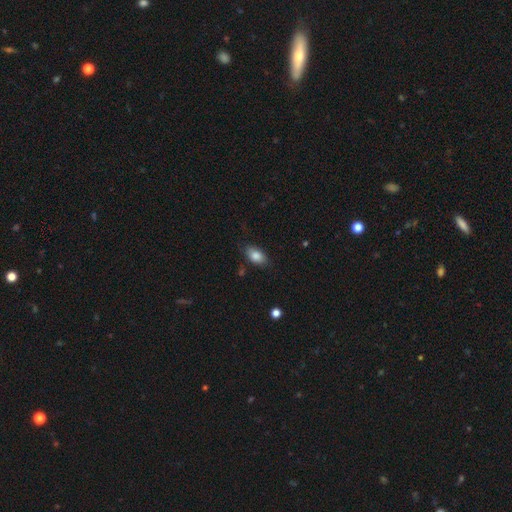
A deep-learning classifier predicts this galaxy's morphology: The model was most divided on "merging": none: 80%, minor disturbance: 15%, major disturbance: 3%, merger: 2%. More confident: how rounded — in between (90%); smooth or featured — smooth (83%).